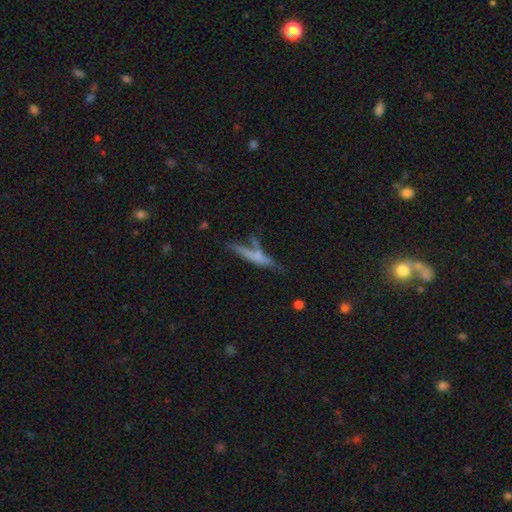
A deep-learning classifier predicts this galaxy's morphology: A smooth galaxy with no disk features (50%) that is cigar-shaped (88%). Merging: none (48%).